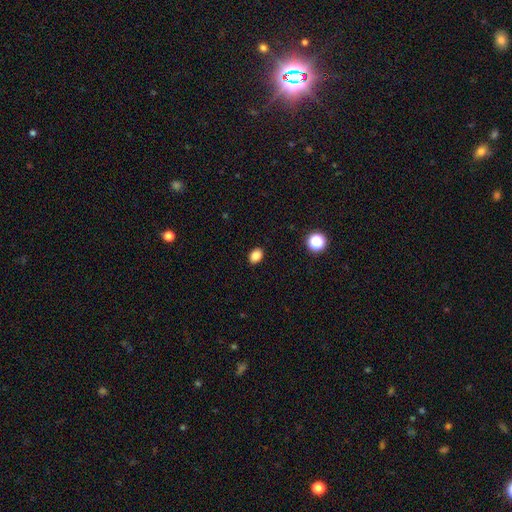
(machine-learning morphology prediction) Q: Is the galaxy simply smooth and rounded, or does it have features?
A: smooth — 85%.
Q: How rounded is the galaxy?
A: in between — 72%.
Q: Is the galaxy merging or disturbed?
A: none — 90%.